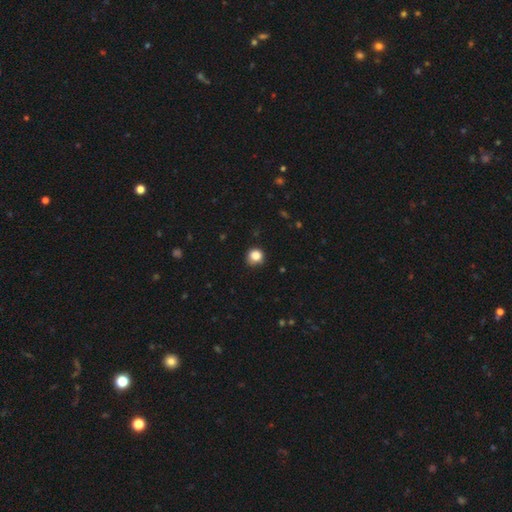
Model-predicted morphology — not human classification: A smooth galaxy with no disk features (85%) that is round (89%). Merging: none (81%).